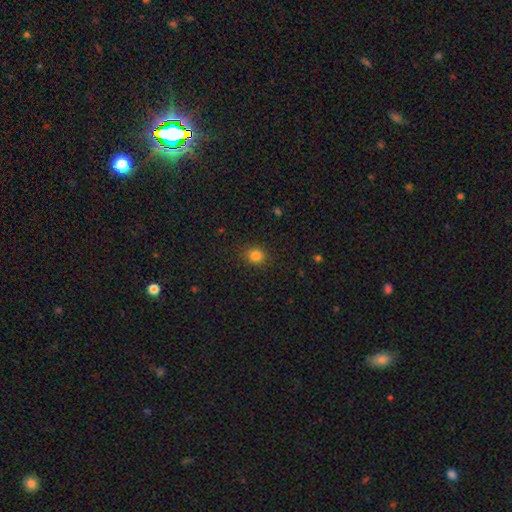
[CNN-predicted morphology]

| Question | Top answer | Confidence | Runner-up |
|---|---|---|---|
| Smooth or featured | smooth | 83% | star or artifact (13%) |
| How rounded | round | 84% | in between (15%) |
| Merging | none | 88% | minor disturbance (8%) |